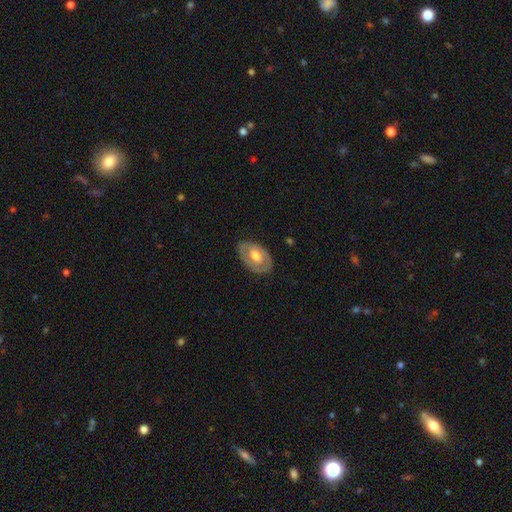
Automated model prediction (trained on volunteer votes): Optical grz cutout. It shows a featured or disk galaxy (58%) with no bar (60%), no spiral arms (57%) and a moderate central bulge (67%). Merging: none (79%).